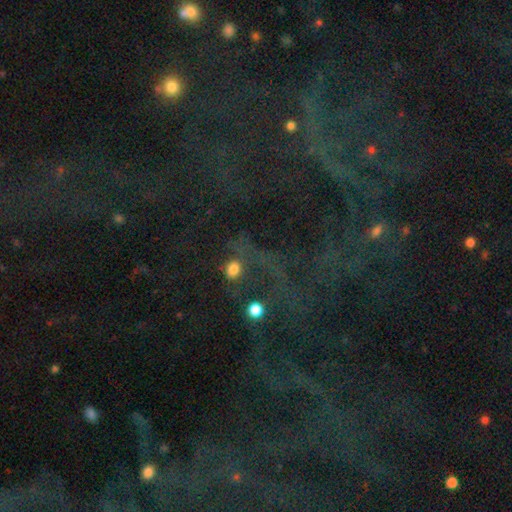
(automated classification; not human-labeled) This appears to be a star or artifact, not a galaxy (74%).